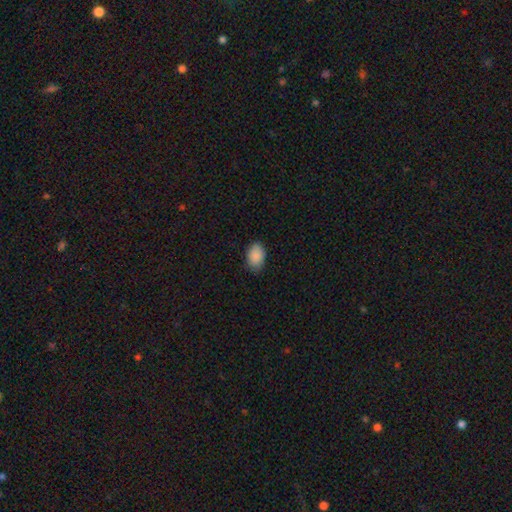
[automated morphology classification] Smooth or featured: smooth — 90% (star or artifact — 7%)
How rounded: in between — 84% (round — 14%)
Merging: none — 82% (minor disturbance — 14%)